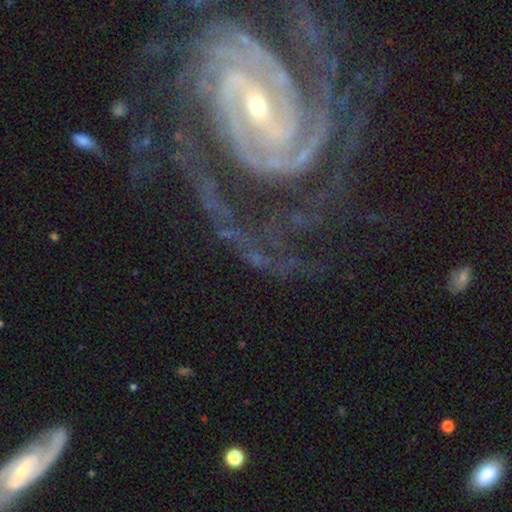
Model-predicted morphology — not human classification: Smooth or featured?
  - featured or disk: 80% *
  - star or artifact: 11%
  - smooth: 8%
Edge-on disk?
  - no: 95% *
  - yes: 5%
Bar?
  - no: 39% *
  - weak: 32%
  - strong: 29%
Spiral arms?
  - yes: 93% *
  - no: 7%
Spiral winding?
  - tight: 52% *
  - medium: 34%
  - loose: 14%
Spiral arm count?
  - 2: 43% *
  - can't tell: 19%
  - 3: 14%
  - 1: 9%
  - 4: 8%
  - more than 4: 8%
Bulge size?
  - small: 67% *
  - moderate: 23%
  - none: 4%
  - large: 4%
  - dominant: 2%
Merging?
  - none: 55% *
  - major disturbance: 25%
  - minor disturbance: 16%
  - merger: 5%